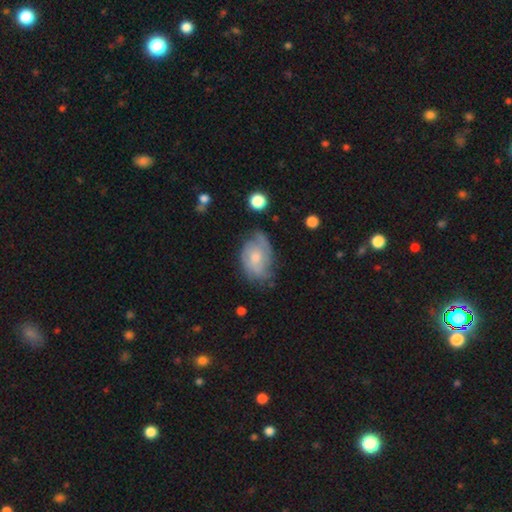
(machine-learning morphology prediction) type=featured or disk (53%); edge-on=no (95%); bar=no (75%); spiral arms=yes (76%); bulge=moderate (49%); merging=none (55%).